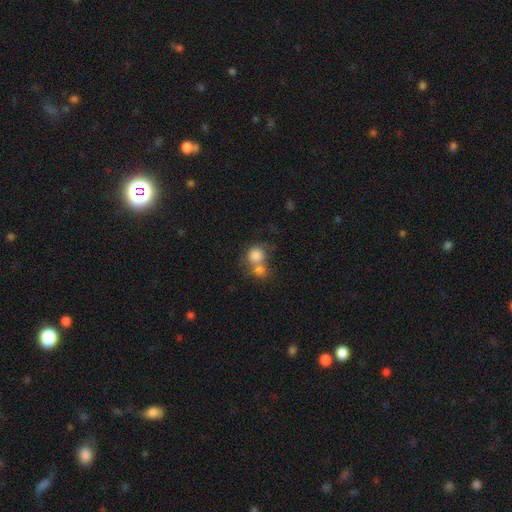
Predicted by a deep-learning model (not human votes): The model was most divided on "merging": merger: 55%, none: 32%, minor disturbance: 8%, major disturbance: 5%. More confident: how rounded — round (82%); smooth or featured — smooth (80%).